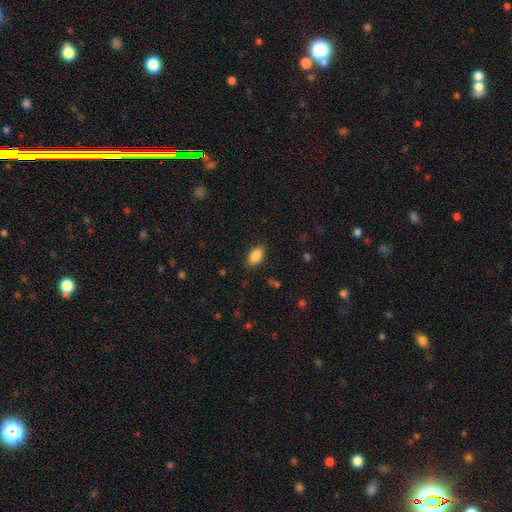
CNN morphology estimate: A smooth galaxy with no disk features (87%) that is in between round and cigar-shaped (91%). Merging: none (83%).